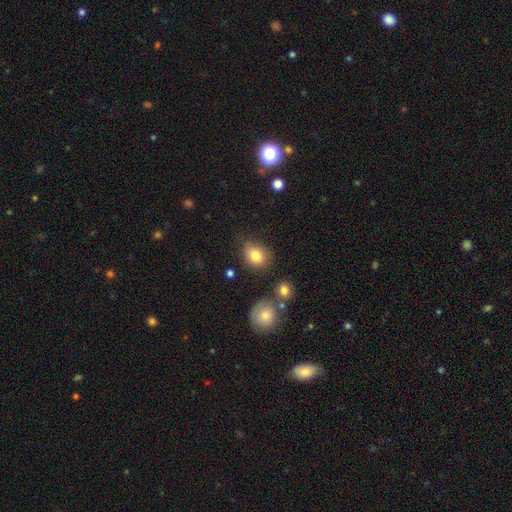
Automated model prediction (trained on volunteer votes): Q: Smooth or featured?
A: smooth (80%); runner-up: star or artifact (10%)
Q: How rounded?
A: round (56%); runner-up: in between (43%)
Q: Merging?
A: none (65%); runner-up: minor disturbance (24%)